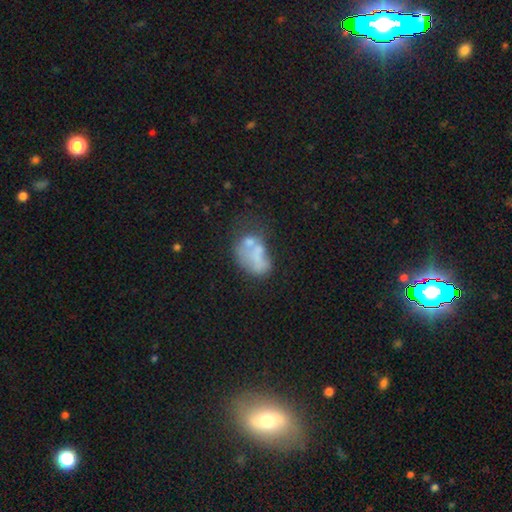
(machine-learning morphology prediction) Smooth or featured? smooth (45%)
Merging? merger (38%)